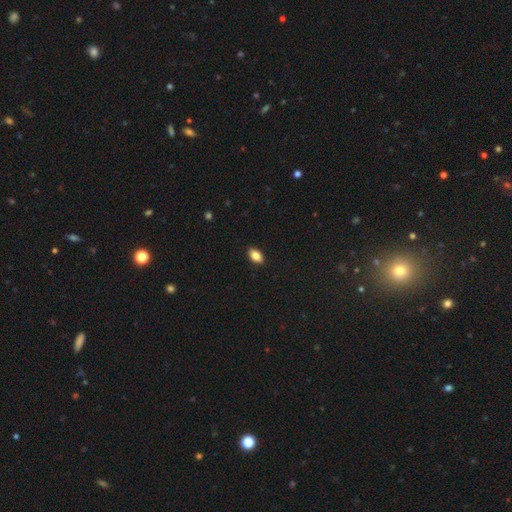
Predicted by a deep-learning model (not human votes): A smooth galaxy with no disk features (85%) that is in between round and cigar-shaped (91%). Merging: none (90%).